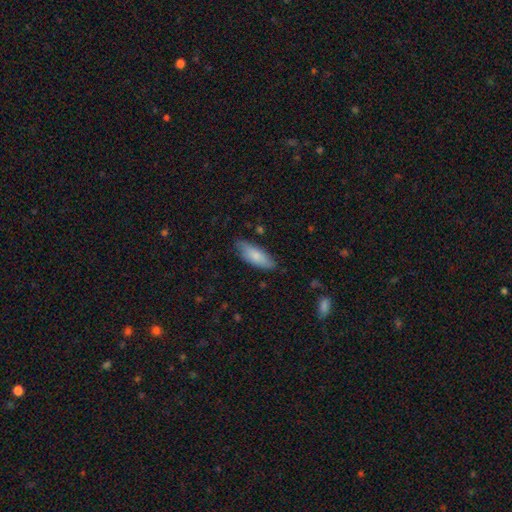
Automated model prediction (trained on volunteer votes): This appears to be a smooth galaxy with no disk features (80%) that is in between round and cigar-shaped (69%). Merging: none (81%).